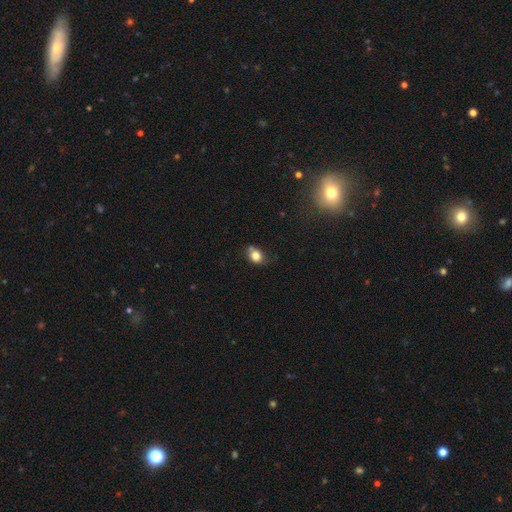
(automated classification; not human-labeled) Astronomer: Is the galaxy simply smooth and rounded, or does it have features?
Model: smooth — 78%.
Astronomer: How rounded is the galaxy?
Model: round — 53% (runner-up: in between, 46%).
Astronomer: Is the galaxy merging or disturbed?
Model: none — 52%.